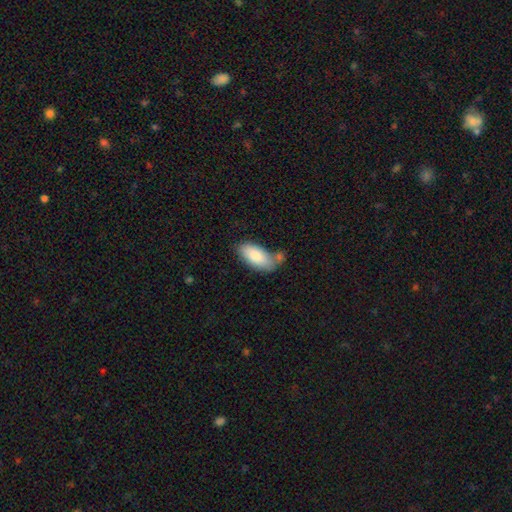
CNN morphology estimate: This appears to be a smooth galaxy with no disk features (84%) that is in between round and cigar-shaped (92%). Merging: none (54%).